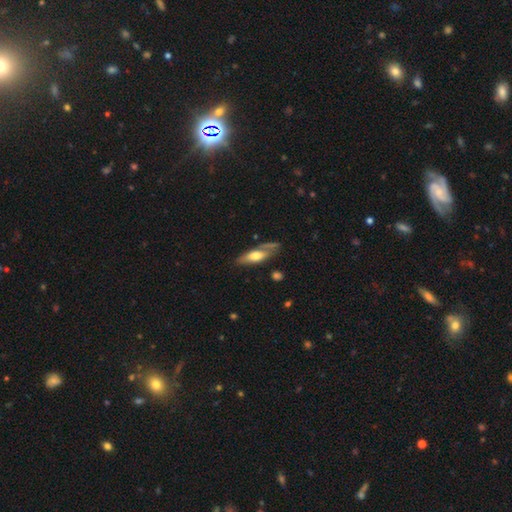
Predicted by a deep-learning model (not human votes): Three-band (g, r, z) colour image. It shows a smooth galaxy with no disk features (51%) that is in between round and cigar-shaped (54%). Merging: none (60%).